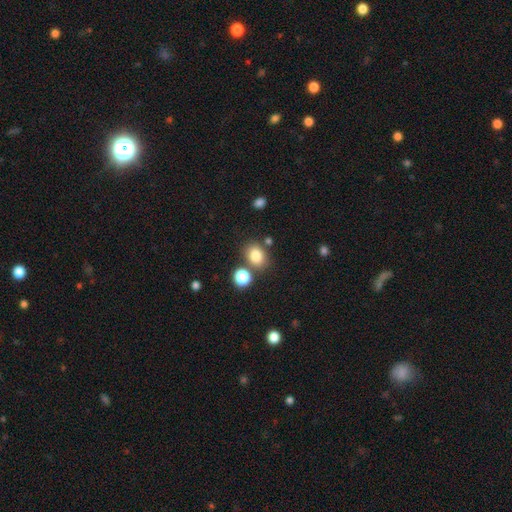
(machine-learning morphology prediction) Smooth or featured? smooth (82%)
How rounded? in between (56%)
Merging? none (70%)